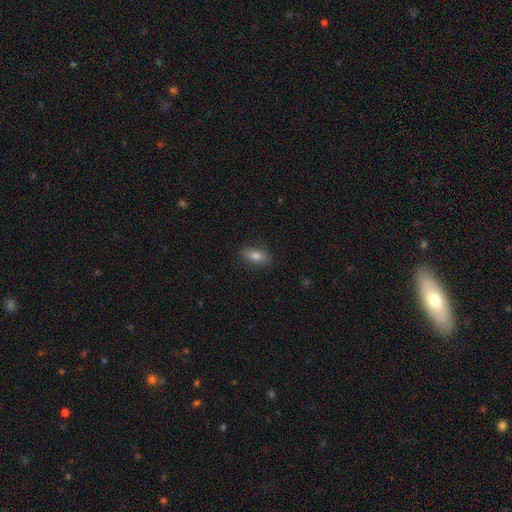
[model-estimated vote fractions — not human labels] smooth 80%, featured or disk 11%, star or artifact 9%. Down the decision tree: how rounded — in between (84%); merging — none (85%).